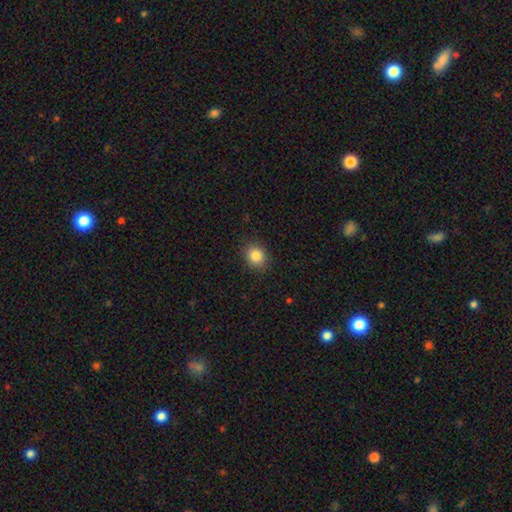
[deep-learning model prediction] Smooth or featured? smooth (85%)
How rounded? round (68%)
Merging? none (88%)